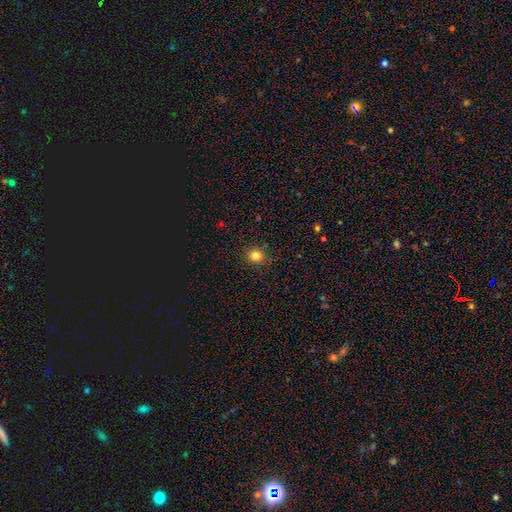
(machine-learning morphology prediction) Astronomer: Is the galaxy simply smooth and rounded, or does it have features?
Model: smooth — 82%.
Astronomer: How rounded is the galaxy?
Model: round — 83%.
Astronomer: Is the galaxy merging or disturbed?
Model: none — 89%.